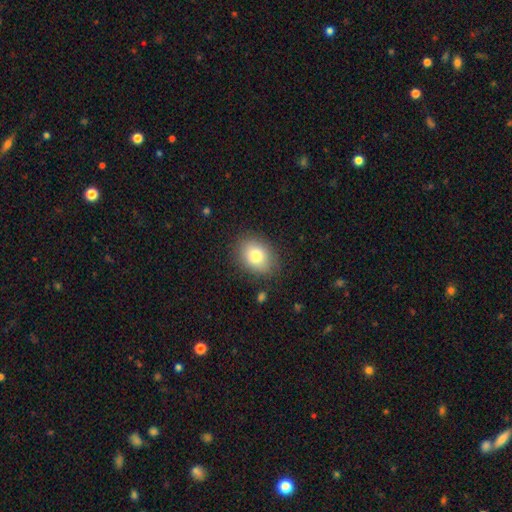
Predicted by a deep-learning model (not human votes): This is clearly a smooth galaxy (81%). How rounded: likely in between (67%). Merging: clearly none (83%).